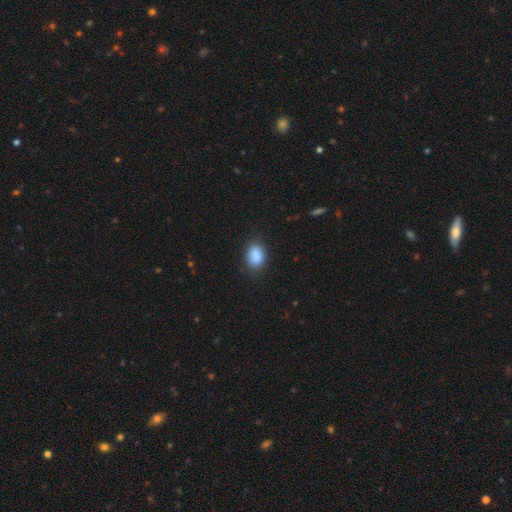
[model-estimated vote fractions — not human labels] smooth 89%, star or artifact 8%, featured or disk 4%. Down the decision tree: how rounded — in between (83%); merging — none (82%).